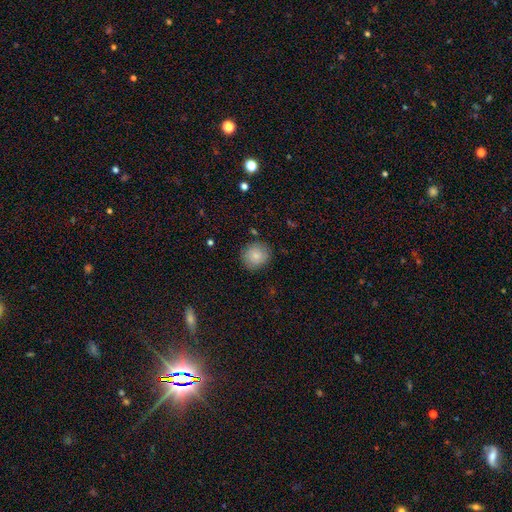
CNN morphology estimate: Smooth or featured?
  - smooth: 84% *
  - featured or disk: 8%
  - star or artifact: 8%
How rounded?
  - round: 84% *
  - in between: 15%
  - cigar-shaped: 1%
Merging?
  - none: 84% *
  - minor disturbance: 12%
  - major disturbance: 3%
  - merger: 1%